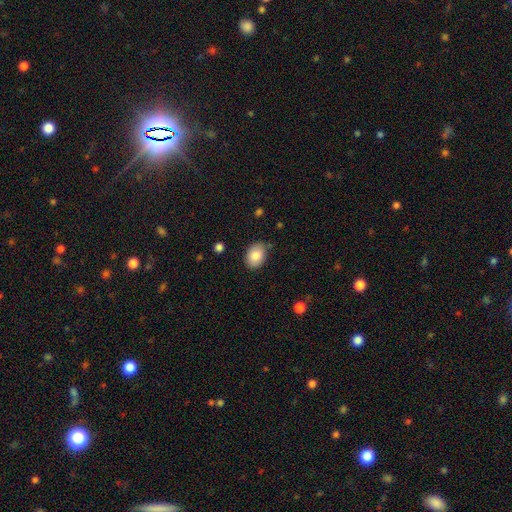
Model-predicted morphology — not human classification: This appears to be a smooth galaxy with no disk features (84%) that is in between round and cigar-shaped (76%). Merging: none (82%).